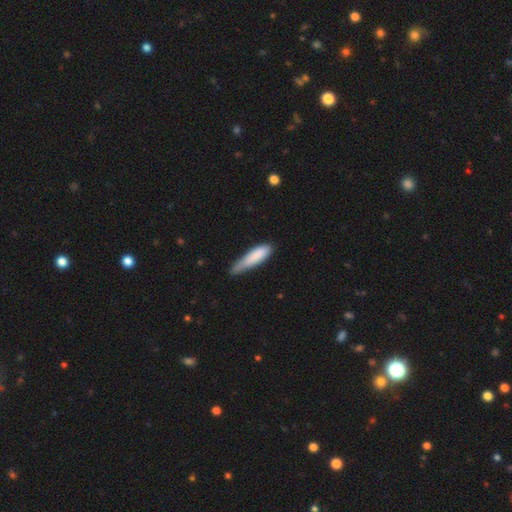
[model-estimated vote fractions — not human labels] Smooth or featured: smooth — 84% (featured or disk — 10%)
How rounded: cigar-shaped — 73% (in between — 25%)
Merging: none — 45% (minor disturbance — 42%)